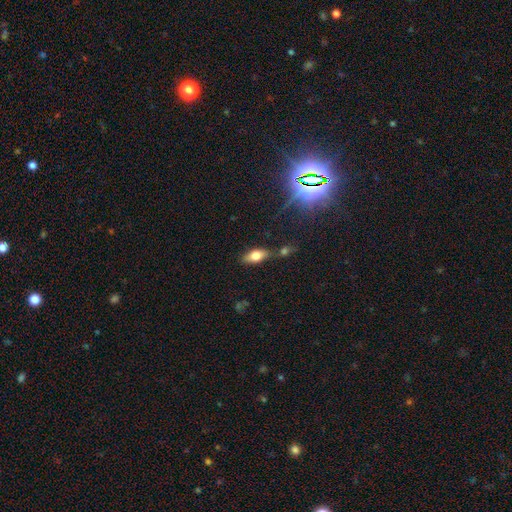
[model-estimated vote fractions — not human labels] Smooth or featured? Predicted: smooth (p=0.72). How rounded? Predicted: in between (p=0.84). Merging? Predicted: none (p=0.66).